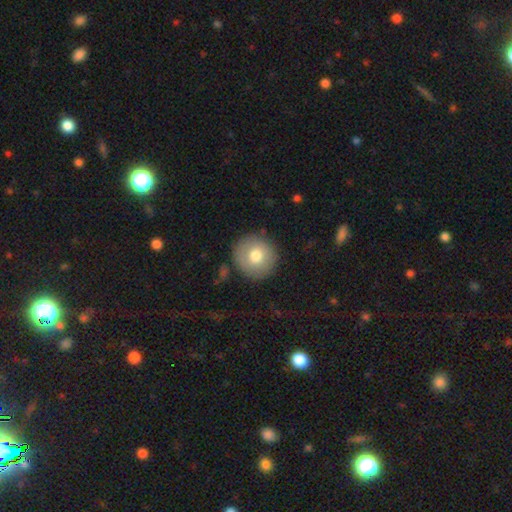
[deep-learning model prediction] Smooth or featured? Predicted: smooth (p=0.75). How rounded? Predicted: round (p=0.94). Merging? Predicted: none (p=0.87).